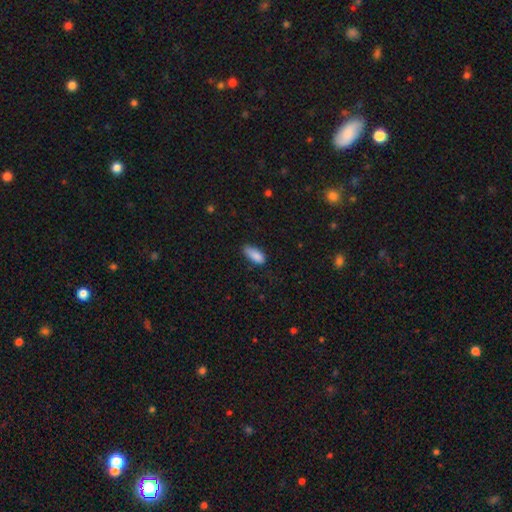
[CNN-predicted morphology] The model was most divided on "merging": none: 63%, minor disturbance: 29%, major disturbance: 6%, merger: 2%. More confident: smooth or featured — smooth (87%); how rounded — in between (81%).